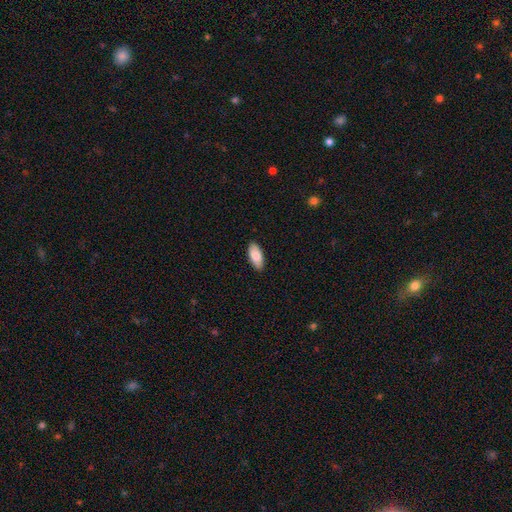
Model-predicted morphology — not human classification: This appears to be a smooth galaxy with no disk features (86%) that is in between round and cigar-shaped (90%). Merging: none (89%).